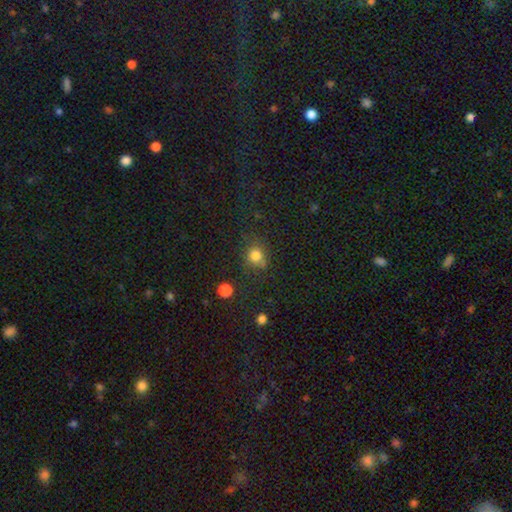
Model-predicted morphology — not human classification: Overall: smooth (80%). How rounded: round (82%). Merging: none (71%).